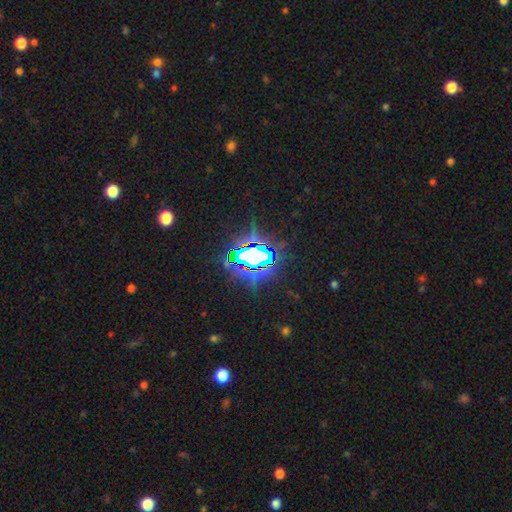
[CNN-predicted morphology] A star or artifact, not a galaxy (75%).

Vote fractions:
- Smooth or featured? star or artifact: 75% / smooth: 14% / featured or disk: 12%